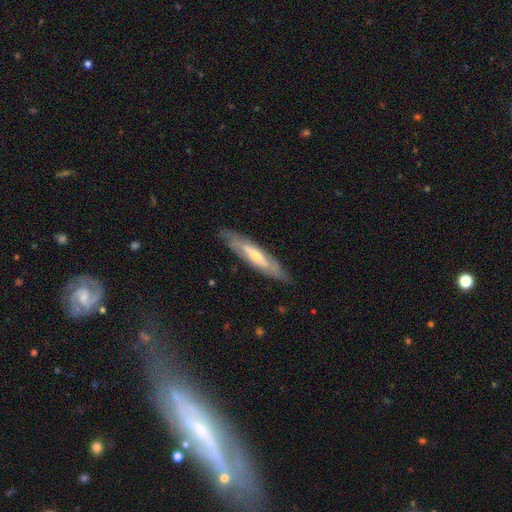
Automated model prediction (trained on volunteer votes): smooth_or_featured: featured or disk (p=0.68) [alt: smooth p=0.27]
disk_edge_on: yes (p=0.52) [alt: no p=0.48]
merging: none (p=0.82) [alt: minor disturbance p=0.13]